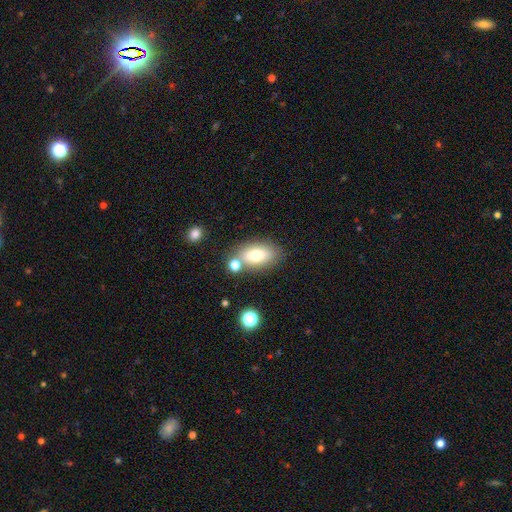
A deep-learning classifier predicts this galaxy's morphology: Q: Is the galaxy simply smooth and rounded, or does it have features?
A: smooth — 73%.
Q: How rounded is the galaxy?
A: in between — 87%.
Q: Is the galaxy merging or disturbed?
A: none — 68%.